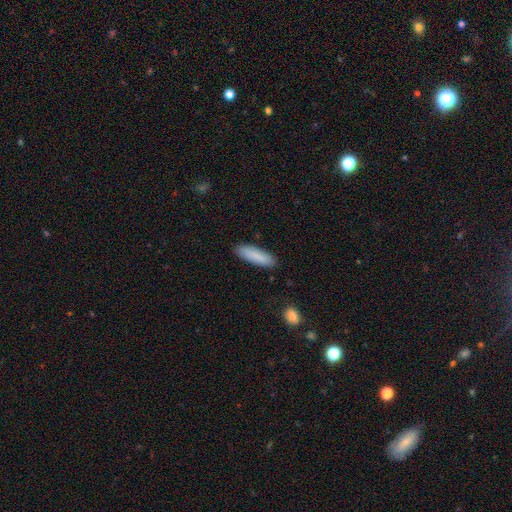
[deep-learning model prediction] The model was most divided on "how rounded": cigar-shaped: 62%, in between: 36%, round: 1%. More confident: merging — none (87%); smooth or featured — smooth (86%).